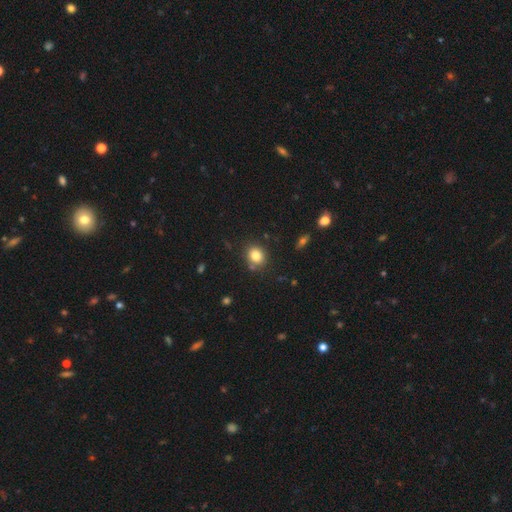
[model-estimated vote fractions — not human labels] Smooth or featured: smooth — 82% (star or artifact — 11%)
How rounded: round — 68% (in between — 31%)
Merging: none — 79% (minor disturbance — 12%)